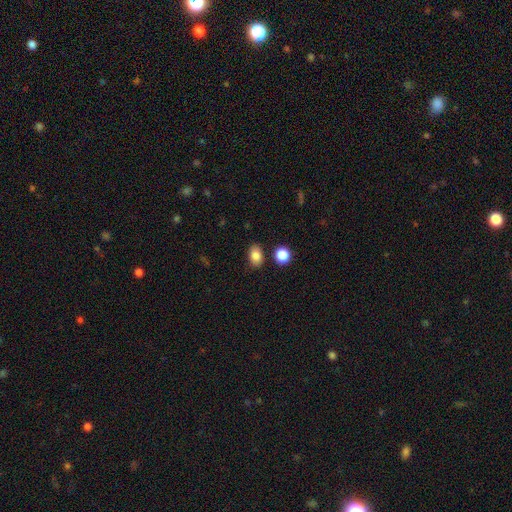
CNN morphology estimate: Smooth or featured? smooth (85%)
How rounded? in between (79%)
Merging? none (83%)